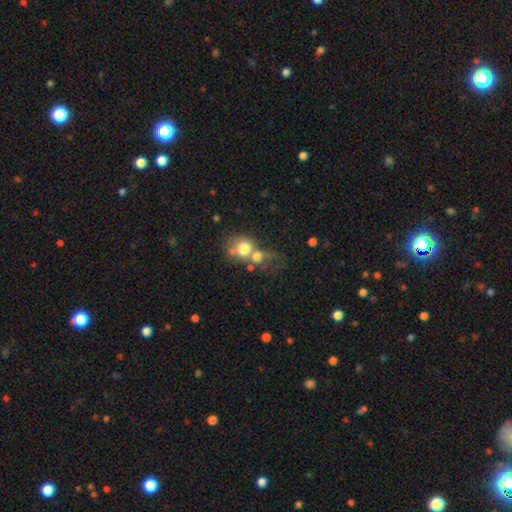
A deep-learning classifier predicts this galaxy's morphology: smooth_or_featured: smooth (p=0.61) [alt: featured or disk p=0.22]
how_rounded: round (p=0.68) [alt: in between p=0.29]
merging: merger (p=0.54) [alt: none p=0.26]